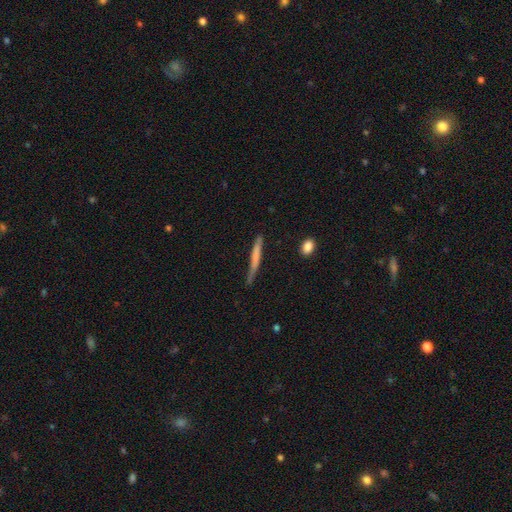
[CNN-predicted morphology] Smooth or featured?
  - smooth: 63% *
  - featured or disk: 31%
  - star or artifact: 6%
How rounded?
  - cigar-shaped: 95% *
  - in between: 3%
  - round: 2%
Merging?
  - none: 65% *
  - minor disturbance: 25%
  - major disturbance: 7%
  - merger: 3%